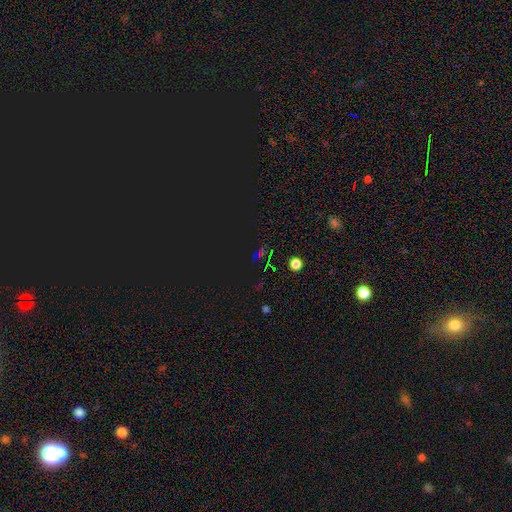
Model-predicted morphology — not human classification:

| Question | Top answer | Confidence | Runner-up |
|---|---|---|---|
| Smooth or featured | star or artifact | 72% | smooth (20%) |